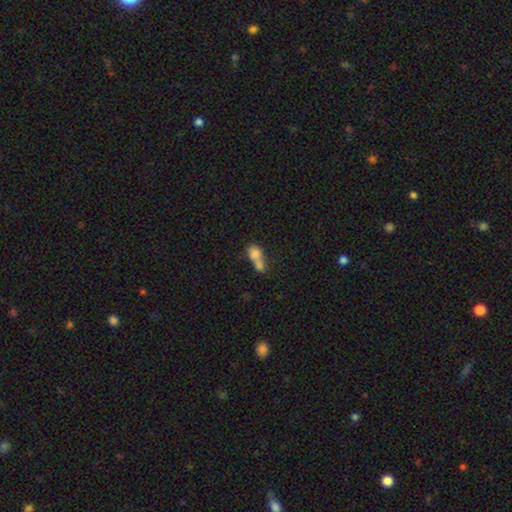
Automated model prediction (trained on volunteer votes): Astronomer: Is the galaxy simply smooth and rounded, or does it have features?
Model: smooth — 73%.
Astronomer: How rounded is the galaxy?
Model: in between — 58% (runner-up: round, 37%).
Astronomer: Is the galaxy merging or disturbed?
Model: merger — 73%.